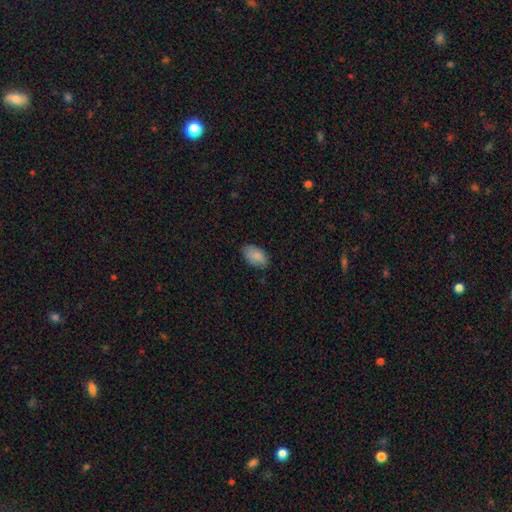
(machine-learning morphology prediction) Overall: smooth (86%). How rounded: in between (93%). Merging: none (80%).